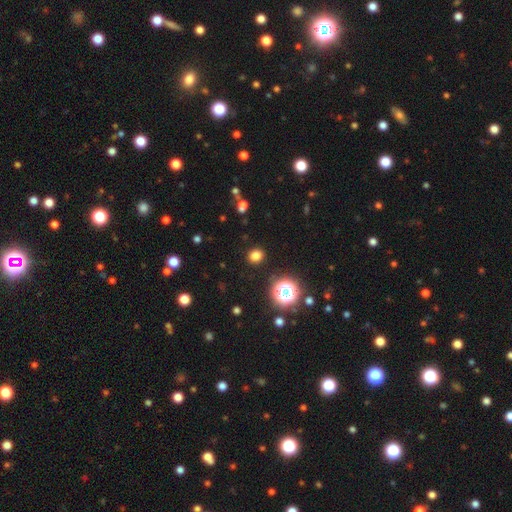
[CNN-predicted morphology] Overall: smooth (78%). How rounded: round (81%). Merging: none (90%).